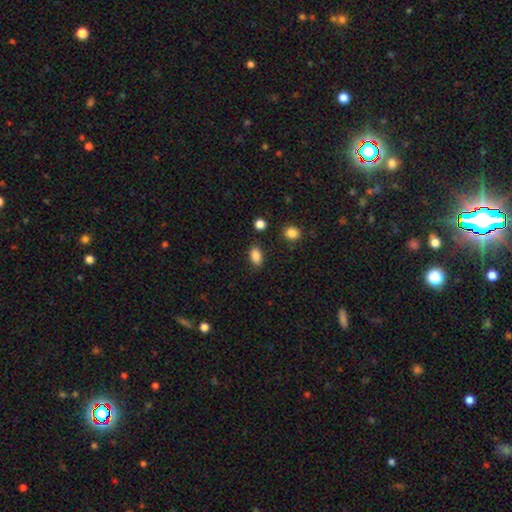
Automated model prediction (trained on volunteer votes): Overall: smooth (87%). How rounded: in between (87%). Merging: none (83%).